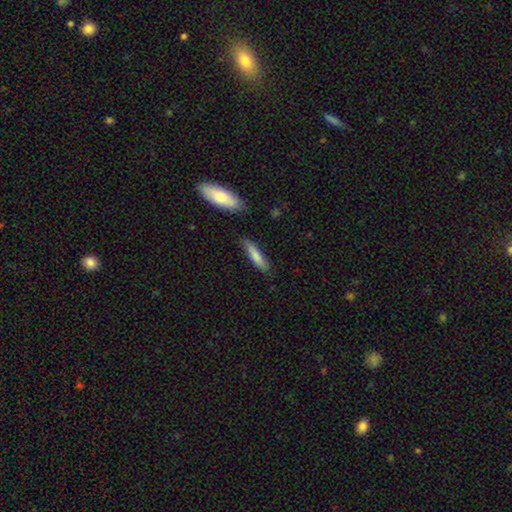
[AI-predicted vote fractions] This is clearly a smooth galaxy (80%). How rounded: likely cigar-shaped (74%). Merging: clearly none (80%).